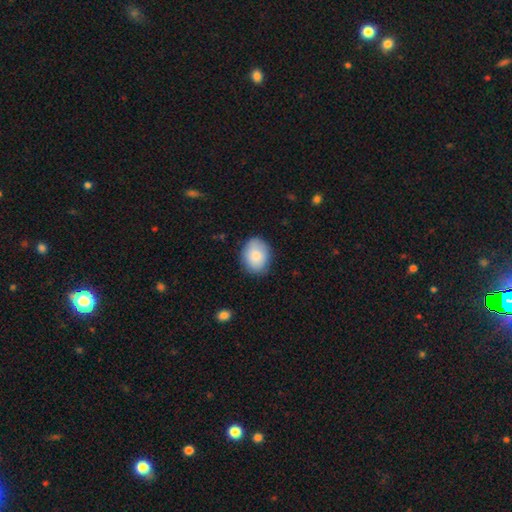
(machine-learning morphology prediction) Smooth or featured? Predicted: smooth (p=0.84). How rounded? Predicted: in between (p=0.58). Merging? Predicted: none (p=0.82).